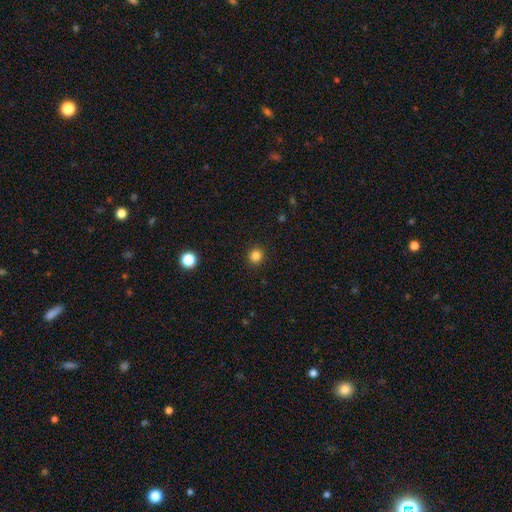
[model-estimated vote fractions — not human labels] Morphology: type=smooth (84%); roundness=round (92%); merging=none (92%).